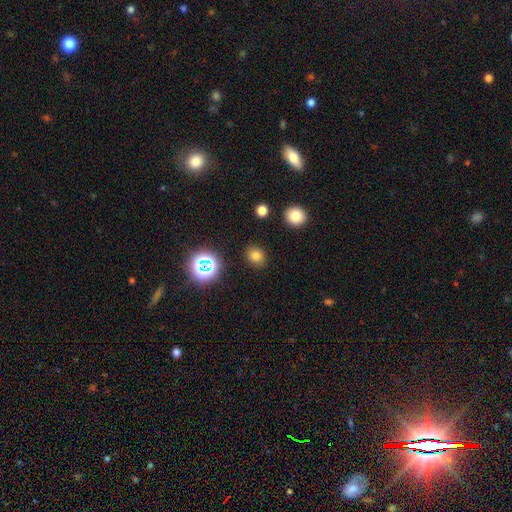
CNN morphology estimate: Overall: smooth (75%). How rounded: round (67%; in between 32%). Merging: none (87%).